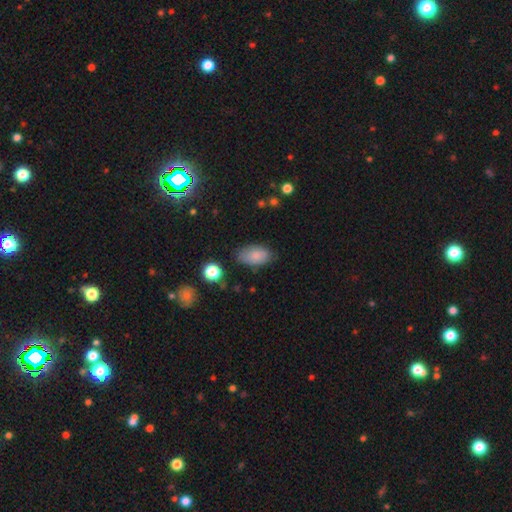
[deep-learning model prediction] smooth_or_featured: smooth (p=0.82) [alt: featured or disk p=0.10]
how_rounded: in between (p=0.93) [alt: round p=0.05]
merging: none (p=0.72) [alt: minor disturbance p=0.21]